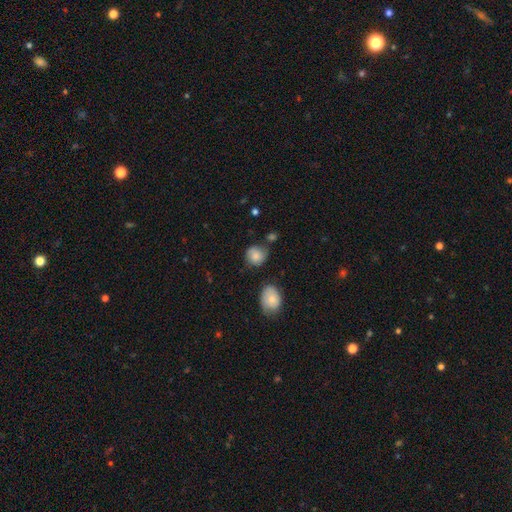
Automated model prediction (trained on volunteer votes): Smooth or featured?
  - smooth: 73% *
  - featured or disk: 19%
  - star or artifact: 9%
How rounded?
  - round: 77% *
  - in between: 22%
  - cigar-shaped: 1%
Merging?
  - none: 63% *
  - minor disturbance: 24%
  - major disturbance: 7%
  - merger: 6%